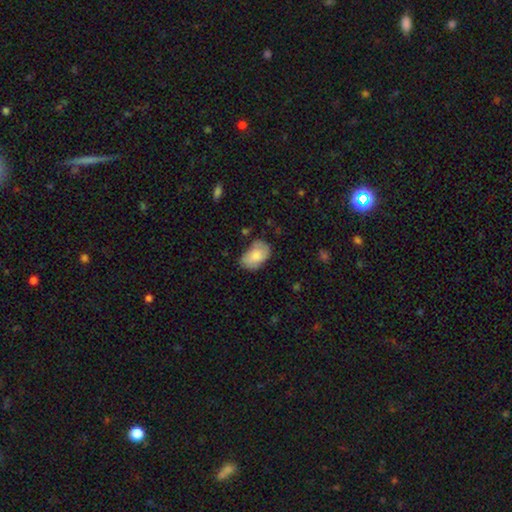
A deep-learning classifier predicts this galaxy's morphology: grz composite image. It shows a smooth galaxy with no disk features (74%) that is in between round and cigar-shaped (88%). Merging: none (59%).